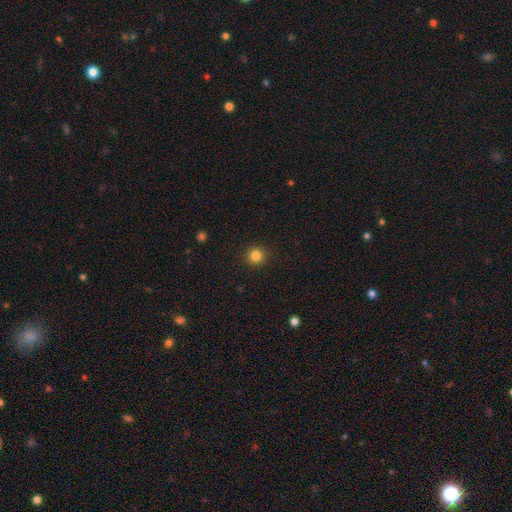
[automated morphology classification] Q: Smooth or featured?
A: smooth (83%); runner-up: star or artifact (13%)
Q: How rounded?
A: round (95%); runner-up: in between (4%)
Q: Merging?
A: none (92%); runner-up: minor disturbance (5%)